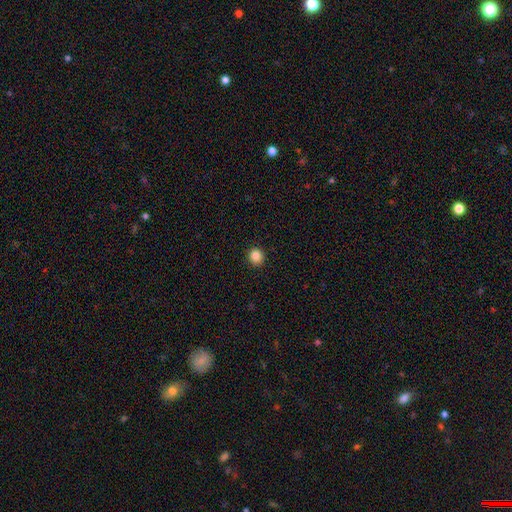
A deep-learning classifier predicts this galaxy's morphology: Q: Smooth or featured?
A: smooth (85%); runner-up: star or artifact (11%)
Q: How rounded?
A: round (88%); runner-up: in between (11%)
Q: Merging?
A: none (92%); runner-up: minor disturbance (5%)